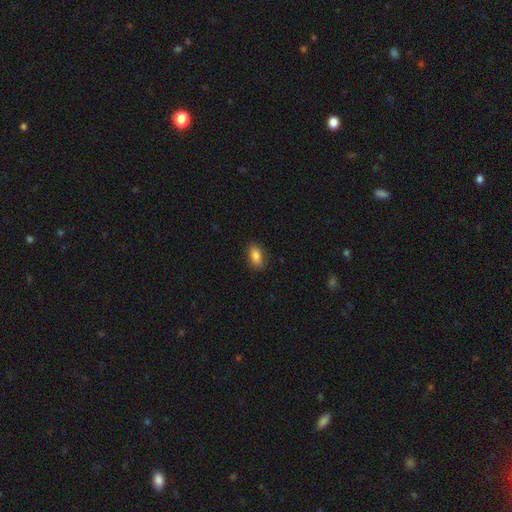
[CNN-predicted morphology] type=smooth (85%); roundness=in between (88%); merging=none (87%).